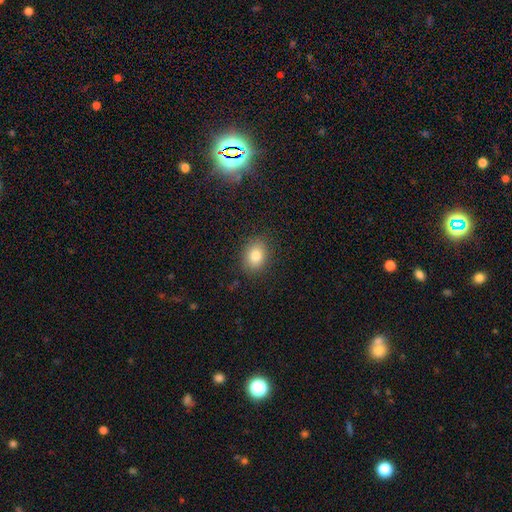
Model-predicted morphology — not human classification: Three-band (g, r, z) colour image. It shows a smooth galaxy with no disk features (82%) that is in between round and cigar-shaped (65%). Merging: none (87%).